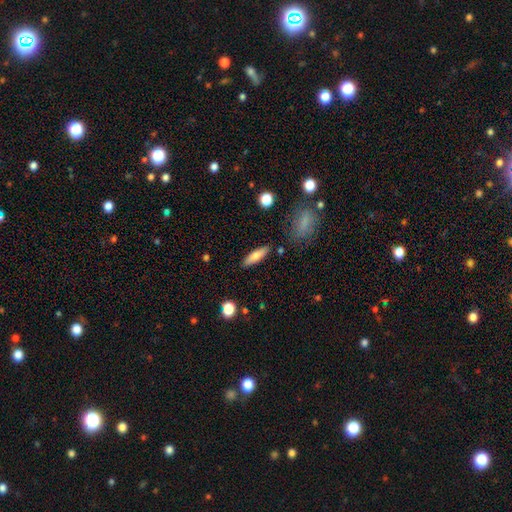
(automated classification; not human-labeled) This is likely a smooth galaxy (75%). How rounded: possibly cigar-shaped (57%). Merging: clearly none (84%).